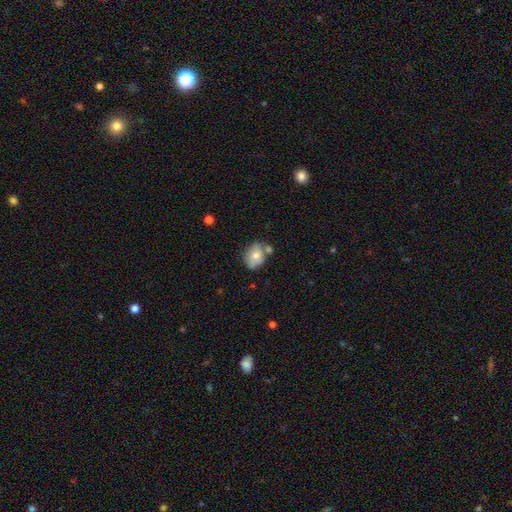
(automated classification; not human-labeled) Smooth or featured: smooth — 68% (featured or disk — 24%)
How rounded: in between — 54% (round — 44%)
Merging: none — 55% (minor disturbance — 20%)